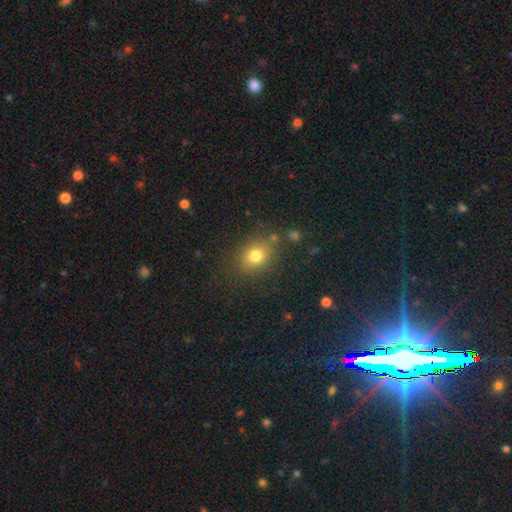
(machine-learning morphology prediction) Smooth or featured?
  - smooth: 78% *
  - star or artifact: 13%
  - featured or disk: 9%
How rounded?
  - round: 55% *
  - in between: 44%
  - cigar-shaped: 1%
Merging?
  - none: 78% *
  - minor disturbance: 13%
  - major disturbance: 5%
  - merger: 4%